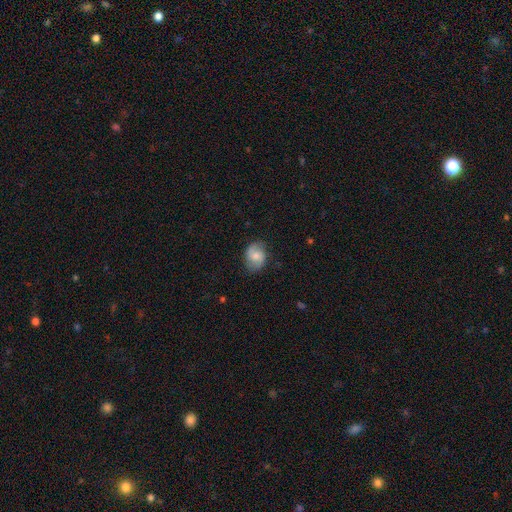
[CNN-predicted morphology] The model was most divided on "smooth or featured": featured or disk: 54%, smooth: 38%, star or artifact: 8%. Remaining: edge-on disk — no (97%); spiral arms — yes (90%); merging — none (76%); bar — no (55%); bulge size — moderate (49%).